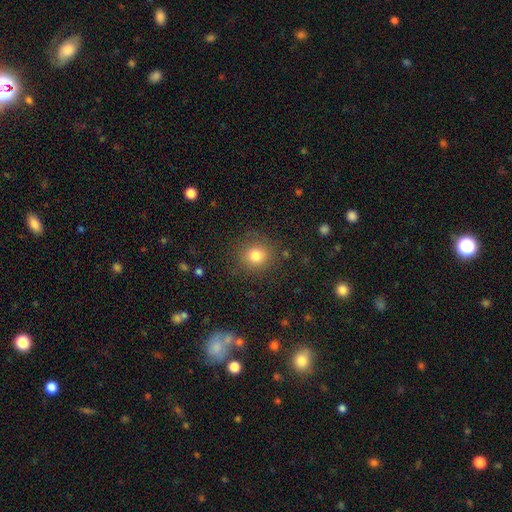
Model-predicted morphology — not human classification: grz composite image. It shows a smooth galaxy with no disk features (80%) that is round (89%). Merging: none (86%).